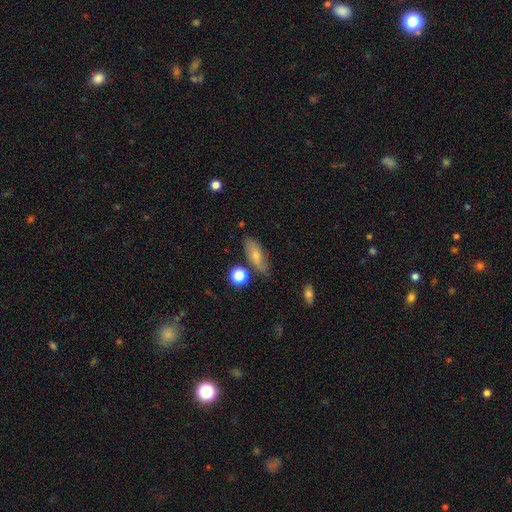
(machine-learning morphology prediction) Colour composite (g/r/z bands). It shows a smooth galaxy with no disk features (64%) that is in between round and cigar-shaped (75%). Merging: none (68%).